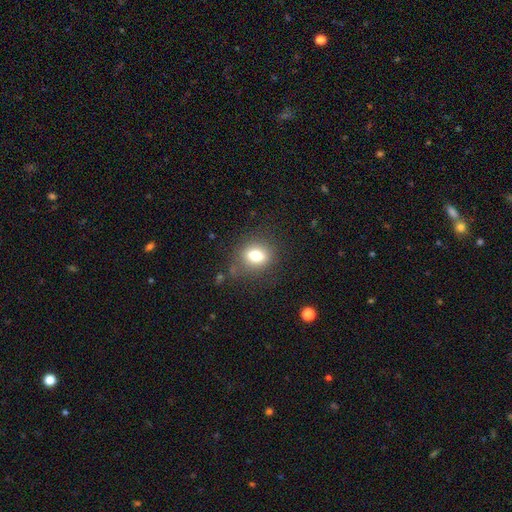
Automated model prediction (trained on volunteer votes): This is likely a smooth galaxy (76%). How rounded: possibly in between (54%). Merging: likely none (80%).